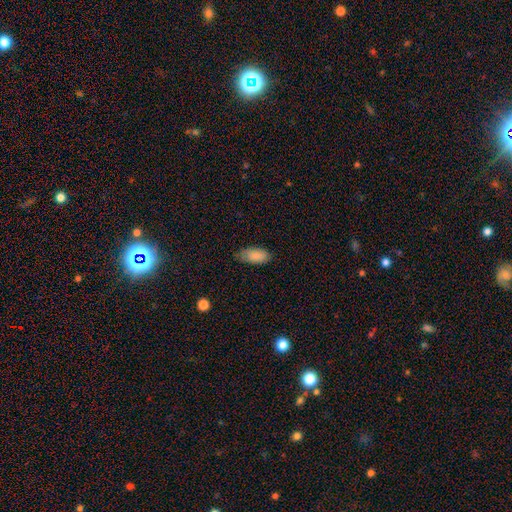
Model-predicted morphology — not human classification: smooth 87%, featured or disk 7%, star or artifact 7%. Down the decision tree: how rounded — in between (91%); merging — none (75%).